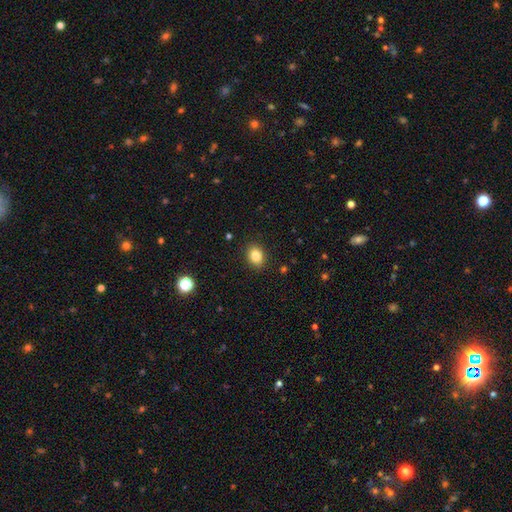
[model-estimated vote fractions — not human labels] smooth_or_featured: smooth (p=0.84) [alt: star or artifact p=0.10]
how_rounded: in between (p=0.60) [alt: round p=0.39]
merging: none (p=0.89) [alt: minor disturbance p=0.08]